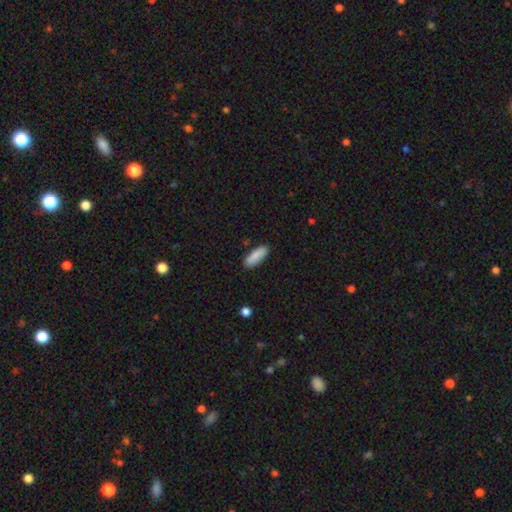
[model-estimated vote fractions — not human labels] A smooth galaxy with no disk features (87%) that is in between round and cigar-shaped (62%). Merging: none (86%).